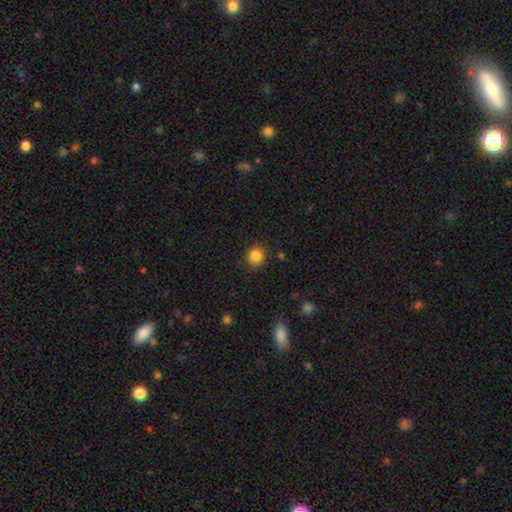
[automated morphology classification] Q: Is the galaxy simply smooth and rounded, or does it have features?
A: smooth — 85%.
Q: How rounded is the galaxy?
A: round — 92%.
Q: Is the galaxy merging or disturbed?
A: none — 90%.